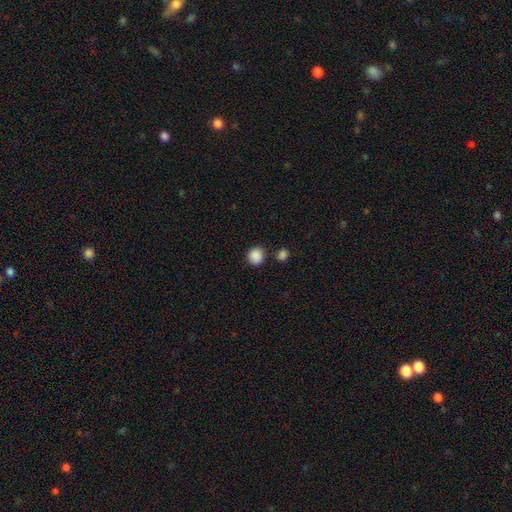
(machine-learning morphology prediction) type=smooth (88%); roundness=round (86%); merging=none (82%).